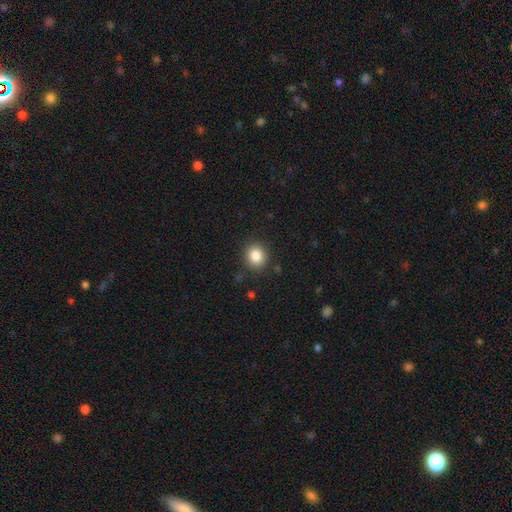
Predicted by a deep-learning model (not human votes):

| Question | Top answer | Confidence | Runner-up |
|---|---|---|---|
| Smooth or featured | smooth | 85% | star or artifact (10%) |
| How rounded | round | 81% | in between (18%) |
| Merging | none | 88% | minor disturbance (8%) |